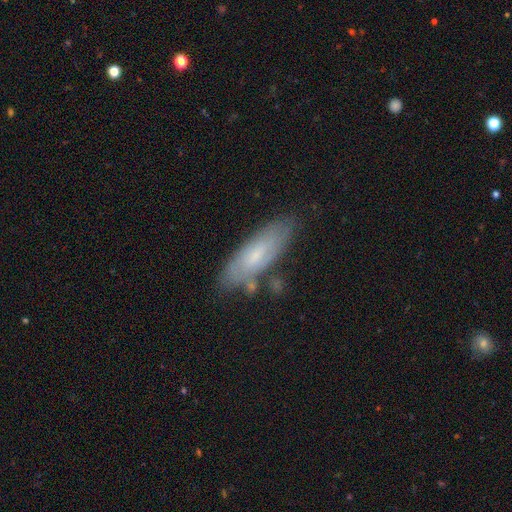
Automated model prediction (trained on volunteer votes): smooth_or_featured: smooth (p=0.53) [alt: featured or disk p=0.40]
how_rounded: in between (p=0.54) [alt: cigar-shaped p=0.44]
merging: none (p=0.72) [alt: minor disturbance p=0.18]